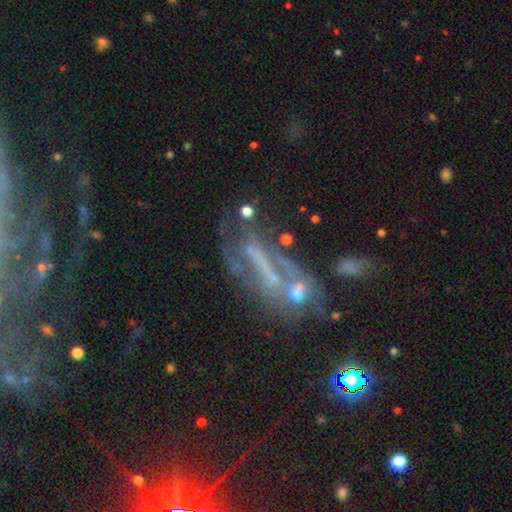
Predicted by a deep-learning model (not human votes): A featured or disk galaxy (55%).

Vote fractions:
- Smooth or featured? featured or disk: 55% / smooth: 25% / star or artifact: 19%
- Edge-on disk? no: 78% / yes: 22%
- Merging? none: 32% / merger: 27% / major disturbance: 24% / minor disturbance: 17%